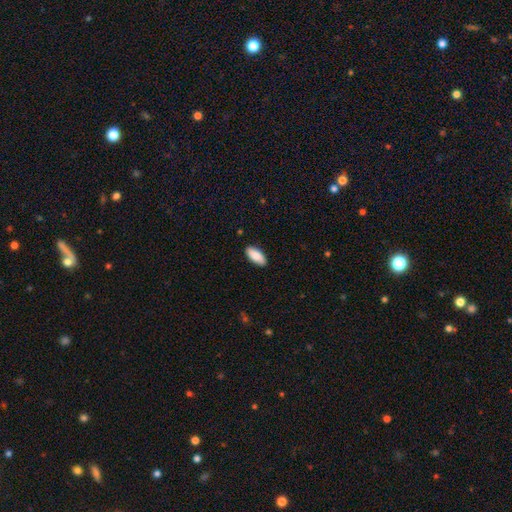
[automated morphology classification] A smooth galaxy with no disk features (87%) that is in between round and cigar-shaped (87%).

Vote fractions:
- Smooth or featured? smooth: 87% / featured or disk: 8% / star or artifact: 6%
- How rounded? in between: 87% / cigar-shaped: 11% / round: 2%
- Merging? none: 89% / minor disturbance: 8% / major disturbance: 2% / merger: 1%